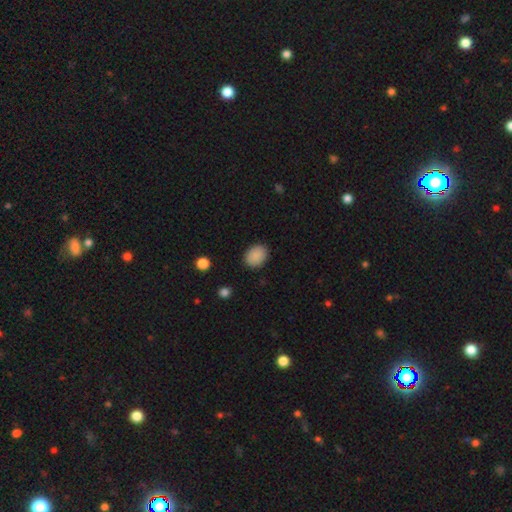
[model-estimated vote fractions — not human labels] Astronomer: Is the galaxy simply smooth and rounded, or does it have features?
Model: smooth — 89%.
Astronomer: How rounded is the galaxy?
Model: in between — 63%.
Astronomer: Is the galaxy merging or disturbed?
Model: none — 88%.